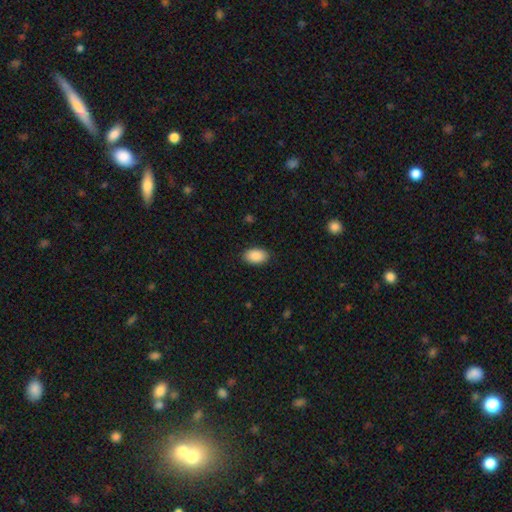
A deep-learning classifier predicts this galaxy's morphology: smooth 90%, star or artifact 7%, featured or disk 4%. Down the decision tree: how rounded — in between (92%); merging — none (89%).